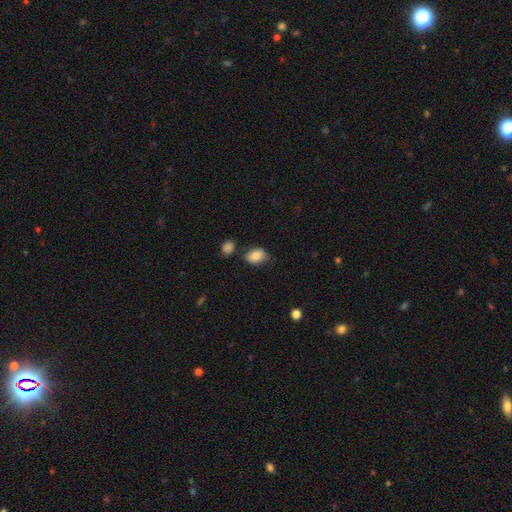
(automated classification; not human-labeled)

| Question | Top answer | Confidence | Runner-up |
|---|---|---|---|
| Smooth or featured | smooth | 84% | star or artifact (8%) |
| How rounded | in between | 79% | round (20%) |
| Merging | none | 69% | minor disturbance (20%) |